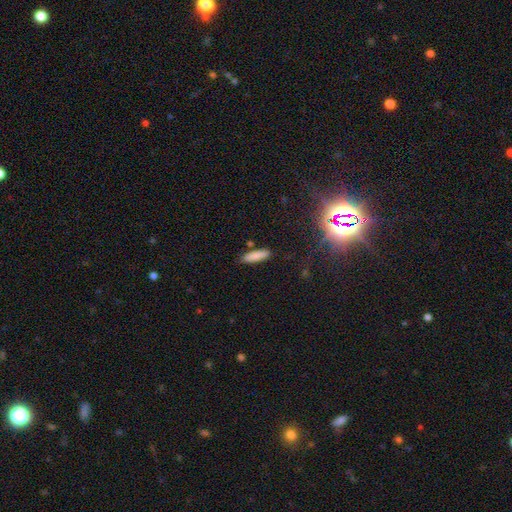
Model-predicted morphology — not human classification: smooth 85%, featured or disk 8%, star or artifact 8%. Down the decision tree: how rounded — cigar-shaped (67%); merging — none (84%).